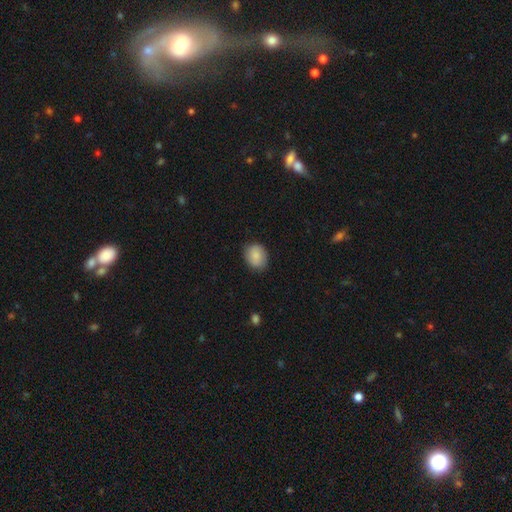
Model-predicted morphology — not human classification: A smooth galaxy with no disk features (87%) that is in between round and cigar-shaped (51%). Merging: none (84%).